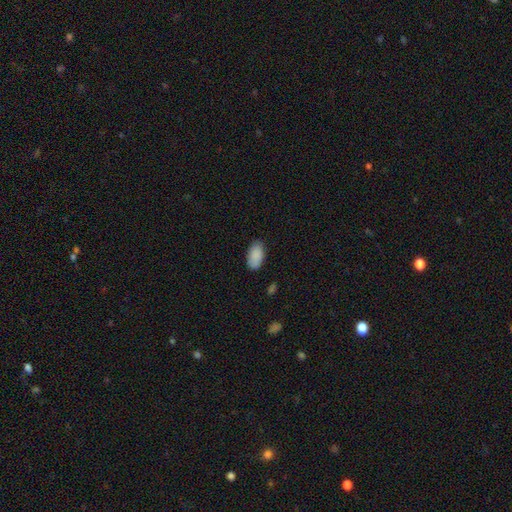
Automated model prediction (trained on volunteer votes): Overall: smooth (89%). How rounded: in between (94%). Merging: none (83%).